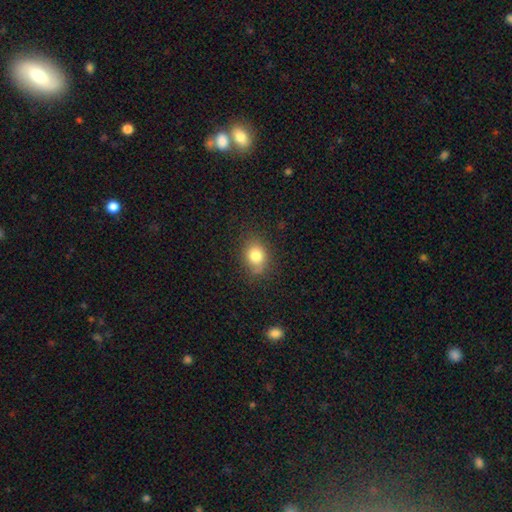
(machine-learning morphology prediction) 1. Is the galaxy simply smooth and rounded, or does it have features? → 80% smooth, 11% star or artifact, 9% featured or disk.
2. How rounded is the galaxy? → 50% round, 48% in between, 1% cigar-shaped.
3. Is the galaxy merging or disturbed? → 75% none, 19% minor disturbance, 5% major disturbance, 2% merger.